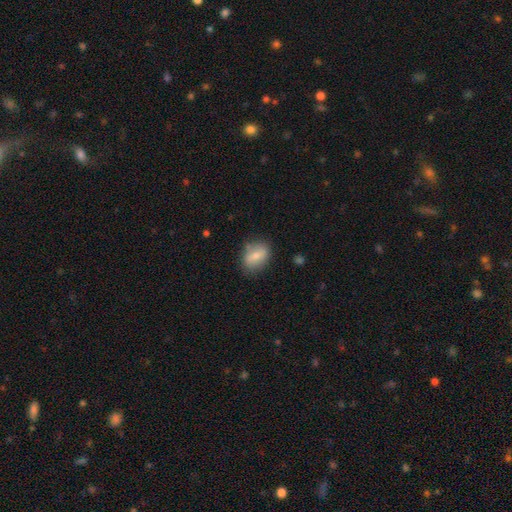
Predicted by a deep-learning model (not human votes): smooth-or-featured: smooth: 73% | featured or disk: 19% | star or artifact: 8%
  how-rounded: in between: 73% | round: 25% | cigar-shaped: 3%
  merging: none: 75% | minor disturbance: 18% | major disturbance: 5% | merger: 2%